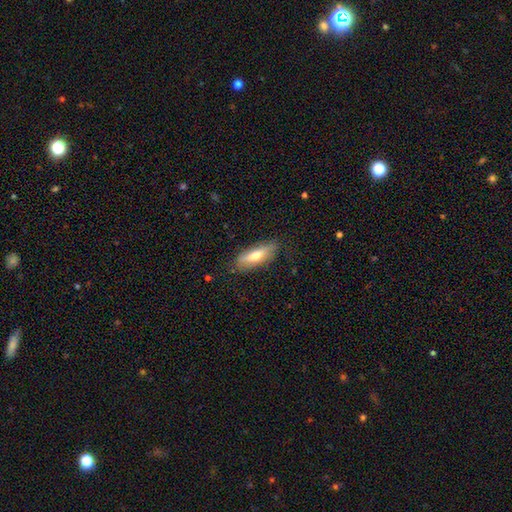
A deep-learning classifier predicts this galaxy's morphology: This is likely a smooth galaxy (65%). How rounded: possibly in between (58%). Merging: likely none (77%).